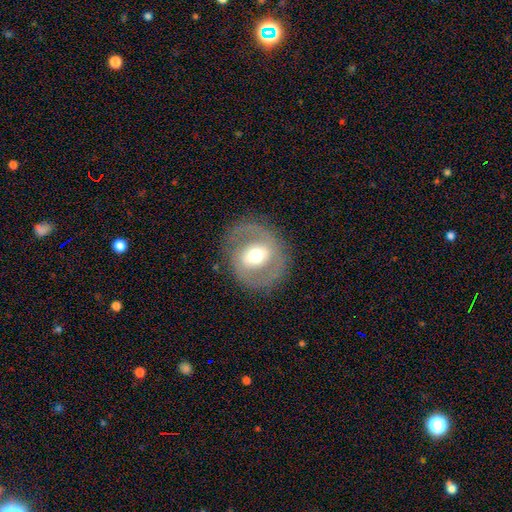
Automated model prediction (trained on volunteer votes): A featured or disk galaxy (61%) with no bar (37%, tied with weak), no spiral arms (56%) and a moderate central bulge (61%). Merging: none (79%).